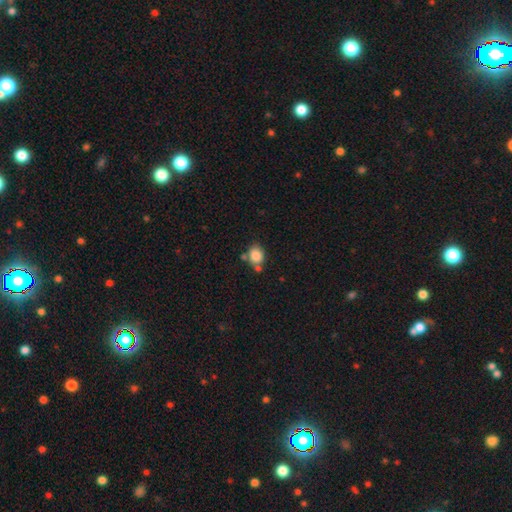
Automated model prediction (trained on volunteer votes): smooth 83%, star or artifact 9%, featured or disk 7%. Down the decision tree: how rounded — round (57%); merging — none (60%).